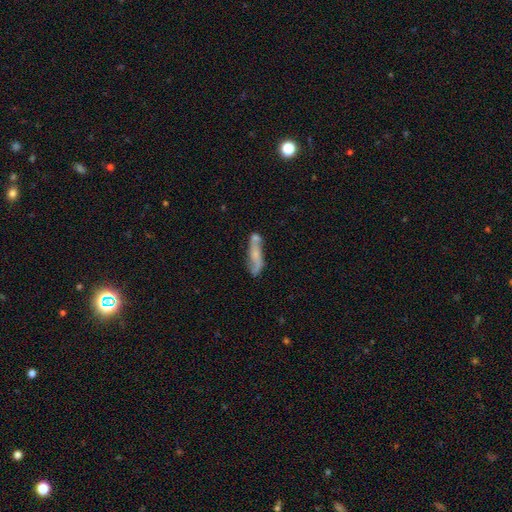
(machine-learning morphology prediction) Smooth or featured? Predicted: featured or disk (p=0.52). Edge-on disk? Predicted: no (p=0.78). Merging? Predicted: none (p=0.46).